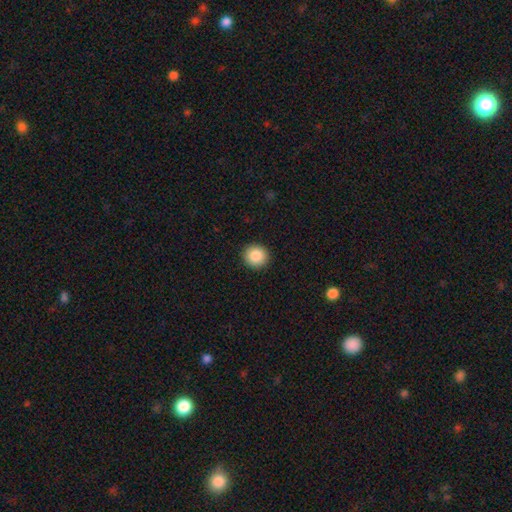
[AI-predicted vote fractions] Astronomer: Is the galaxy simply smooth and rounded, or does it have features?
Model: smooth — 87%.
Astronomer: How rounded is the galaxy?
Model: round — 91%.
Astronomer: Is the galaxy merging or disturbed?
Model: none — 93%.